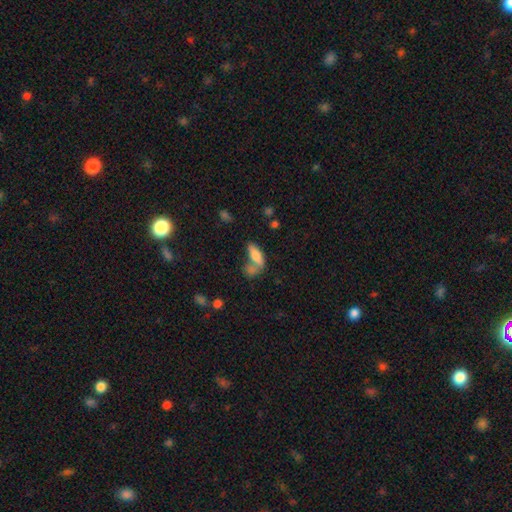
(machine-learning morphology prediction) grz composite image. It shows a smooth galaxy with no disk features (76%) that is in between round and cigar-shaped (71%). Merging: merger (45%).